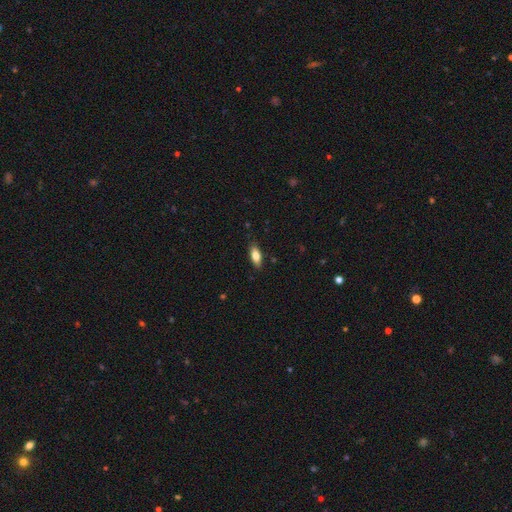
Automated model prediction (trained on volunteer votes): A smooth galaxy with no disk features (79%) that is in between round and cigar-shaped (80%).

Vote fractions:
- Smooth or featured? smooth: 79% / featured or disk: 14% / star or artifact: 7%
- How rounded? in between: 80% / cigar-shaped: 18% / round: 3%
- Merging? none: 84% / minor disturbance: 12% / major disturbance: 2% / merger: 1%